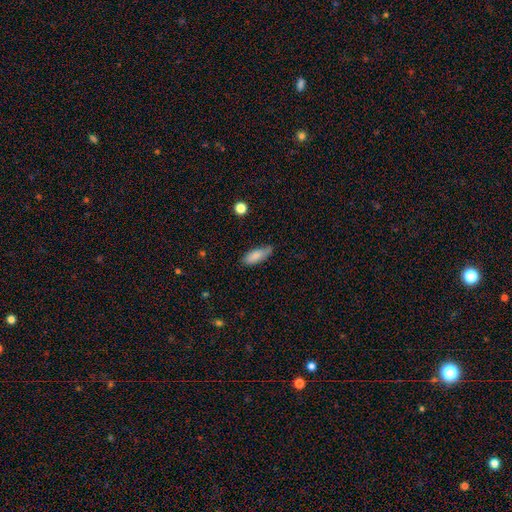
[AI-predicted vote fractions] Morphology: type=smooth (82%); roundness=in between (73%); merging=none (63%).